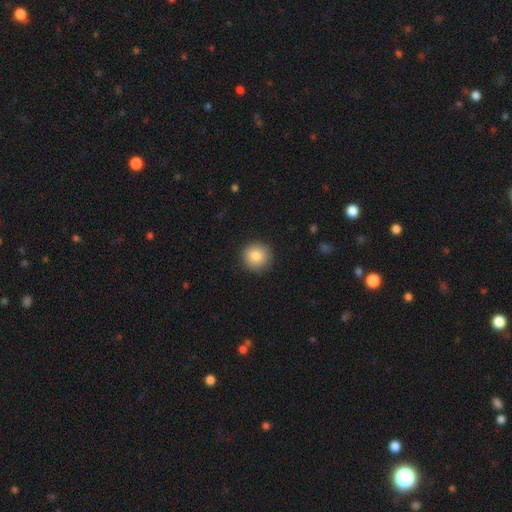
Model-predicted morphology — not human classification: A smooth galaxy with no disk features (84%) that is round (94%).

Vote fractions:
- Smooth or featured? smooth: 84% / star or artifact: 9% / featured or disk: 7%
- How rounded? round: 94% / in between: 5% / cigar-shaped: 1%
- Merging? none: 90% / minor disturbance: 7% / major disturbance: 2% / merger: 1%